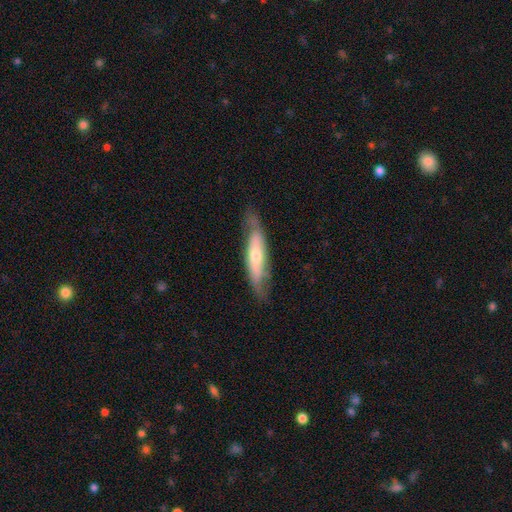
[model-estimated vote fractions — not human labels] smooth_or_featured: featured or disk (p=0.51) [alt: smooth p=0.43]
disk_edge_on: yes (p=0.56) [alt: no p=0.44]
merging: none (p=0.69) [alt: minor disturbance p=0.22]